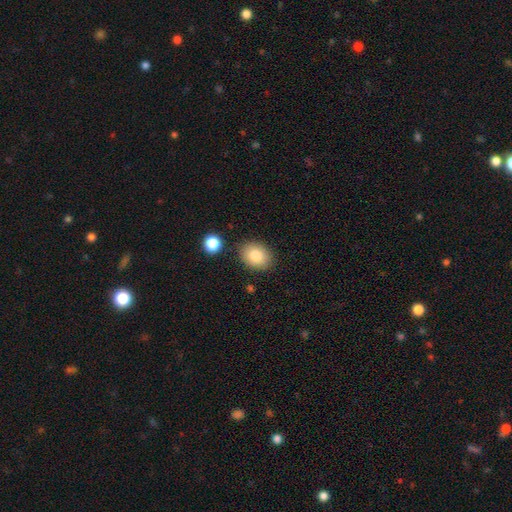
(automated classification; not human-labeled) Smooth or featured? smooth (83%)
How rounded? in between (61%)
Merging? none (84%)